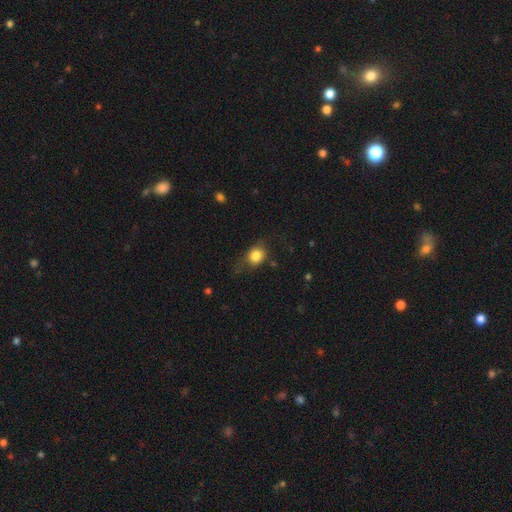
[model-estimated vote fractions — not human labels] Smooth or featured: smooth — 79% (featured or disk — 11%)
How rounded: round — 58% (in between — 40%)
Merging: none — 58% (minor disturbance — 28%)